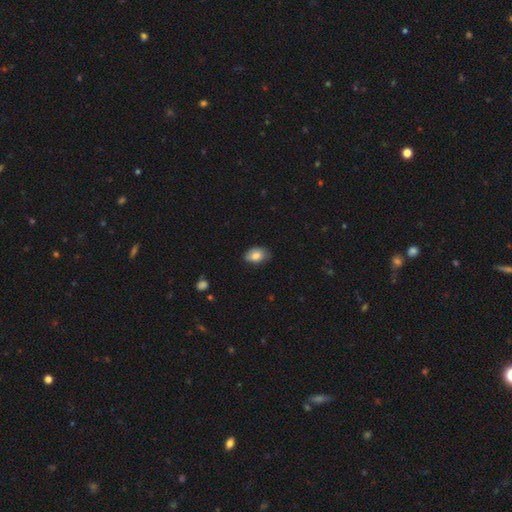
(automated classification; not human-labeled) A smooth galaxy with no disk features (80%) that is in between round and cigar-shaped (83%). Merging: none (75%).